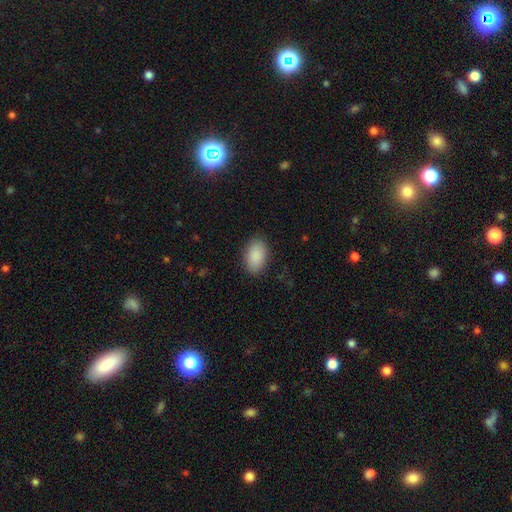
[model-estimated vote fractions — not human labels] Smooth or featured? smooth (90%)
How rounded? in between (91%)
Merging? none (87%)